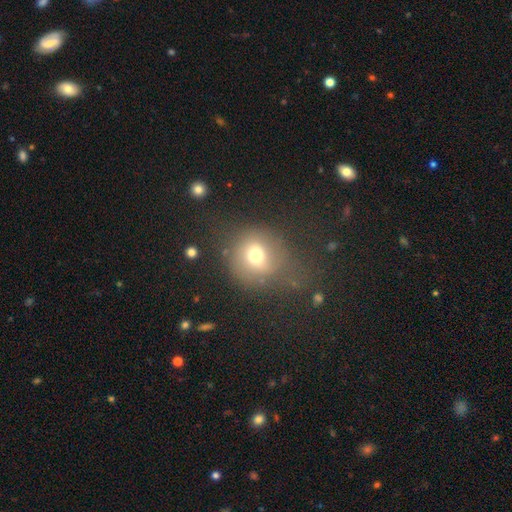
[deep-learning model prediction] This is likely a smooth galaxy (69%). How rounded: clearly round (85%). Merging: possibly none (50%).